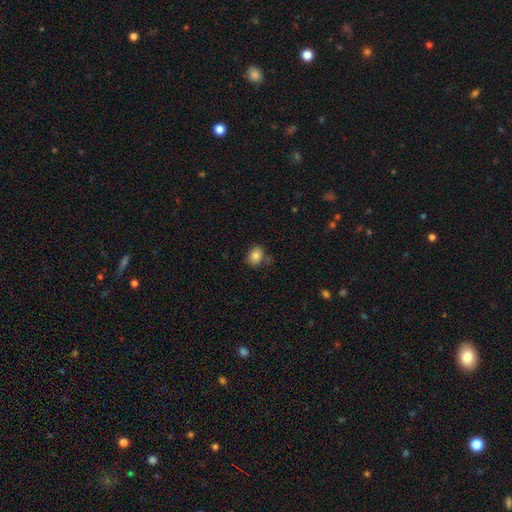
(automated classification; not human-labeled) Overall: smooth (84%). How rounded: round (50%; in between 49%). Merging: none (71%).